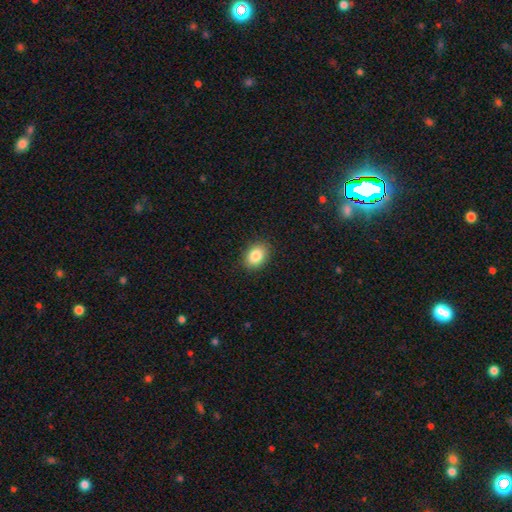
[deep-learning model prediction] A smooth galaxy with no disk features (85%) that is in between round and cigar-shaped (71%).

Vote fractions:
- Smooth or featured? smooth: 85% / star or artifact: 8% / featured or disk: 6%
- How rounded? in between: 71% / round: 28% / cigar-shaped: 1%
- Merging? none: 88% / minor disturbance: 8% / major disturbance: 2% / merger: 1%